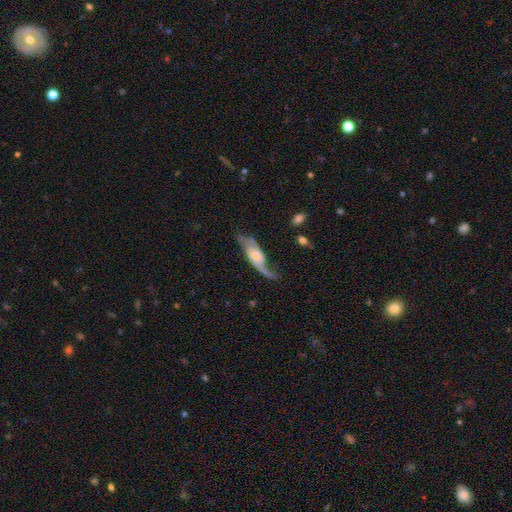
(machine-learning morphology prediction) This appears to be a featured or disk galaxy (82%) with no bar (56%), 2 (82%) loose (60%) spiral arms (94%) and a small central bulge (49%). Merging: none (56%).